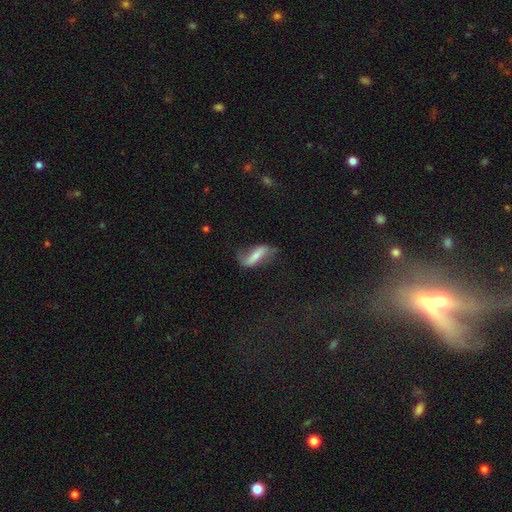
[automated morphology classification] Smooth or featured? featured or disk (50%)
Edge-on disk? no (82%)
Merging? none (48%)